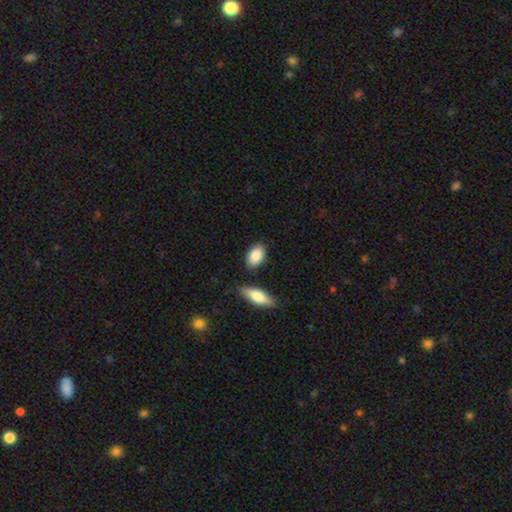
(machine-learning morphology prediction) smooth 88%, featured or disk 6%, star or artifact 6%. Down the decision tree: how rounded — in between (91%); merging — none (81%).